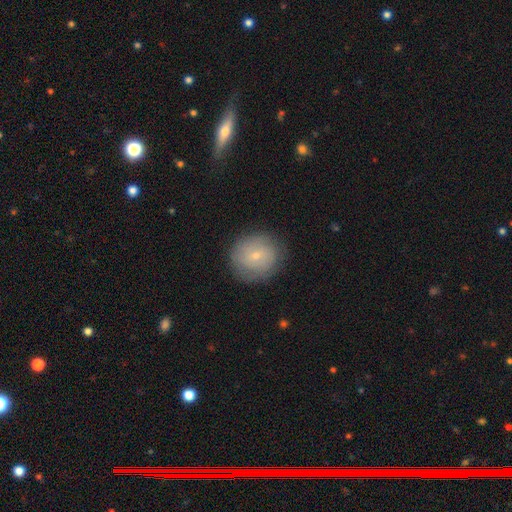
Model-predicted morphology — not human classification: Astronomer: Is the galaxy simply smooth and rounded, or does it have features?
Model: smooth — 61%.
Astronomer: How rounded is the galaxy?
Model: round — 86%.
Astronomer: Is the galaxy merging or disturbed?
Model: none — 84%.